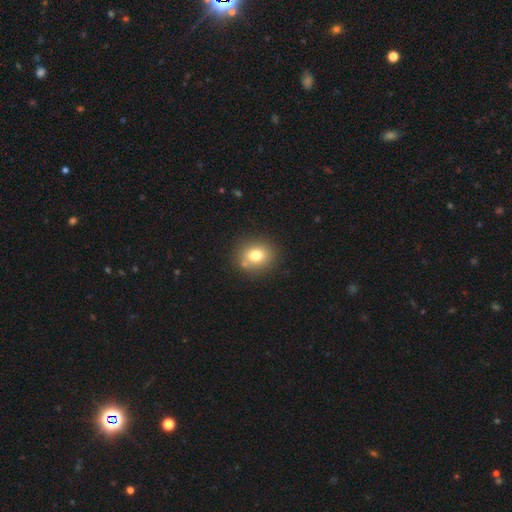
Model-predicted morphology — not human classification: smooth_or_featured: smooth (p=0.75) [alt: featured or disk p=0.13]
how_rounded: round (p=0.67) [alt: in between p=0.32]
merging: none (p=0.78) [alt: minor disturbance p=0.11]